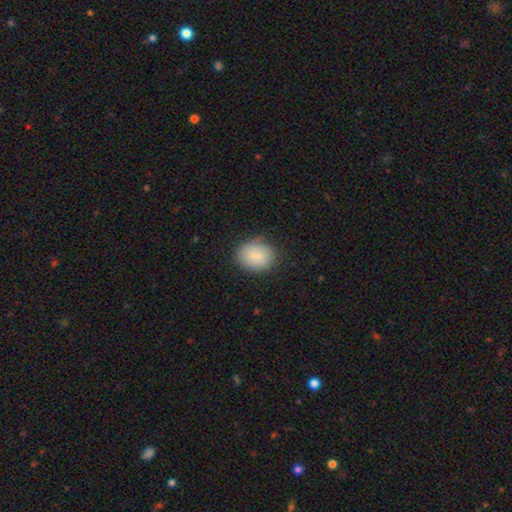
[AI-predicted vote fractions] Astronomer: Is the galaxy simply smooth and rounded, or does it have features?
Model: smooth — 82%.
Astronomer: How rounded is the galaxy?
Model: round — 56% (runner-up: in between, 43%).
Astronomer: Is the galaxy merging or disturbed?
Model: none — 81%.